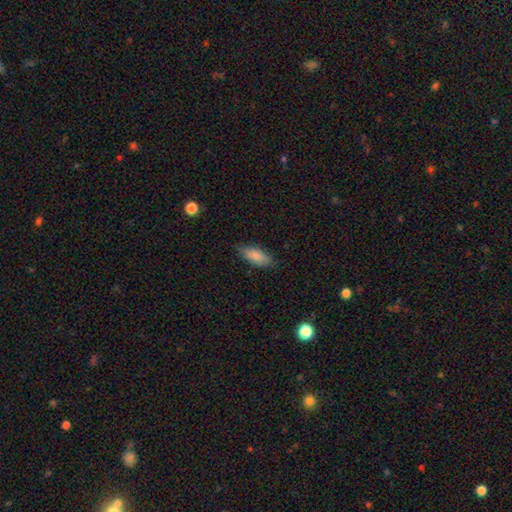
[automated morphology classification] Overall: smooth (85%). How rounded: in between (80%). Merging: none (79%).